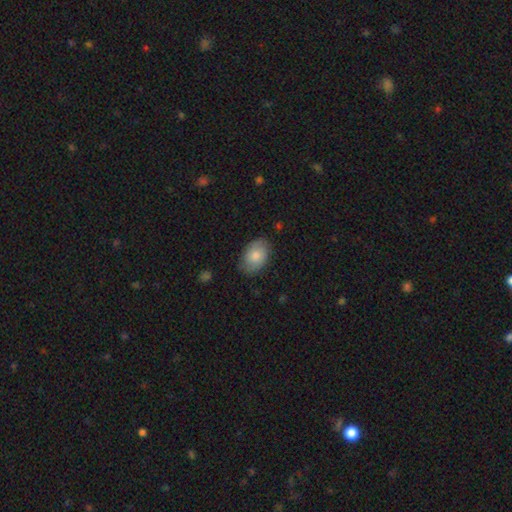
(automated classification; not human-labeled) This appears to be a smooth galaxy with no disk features (77%) that is in between round and cigar-shaped (87%). Merging: none (80%).